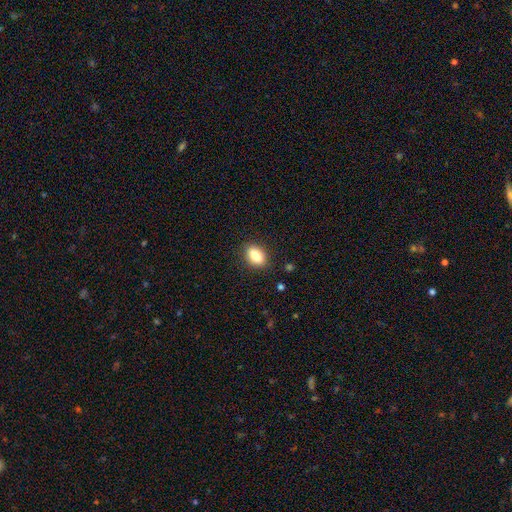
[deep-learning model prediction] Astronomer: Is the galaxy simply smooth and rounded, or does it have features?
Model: smooth — 84%.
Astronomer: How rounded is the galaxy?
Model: in between — 85%.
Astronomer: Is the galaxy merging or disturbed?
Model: none — 86%.